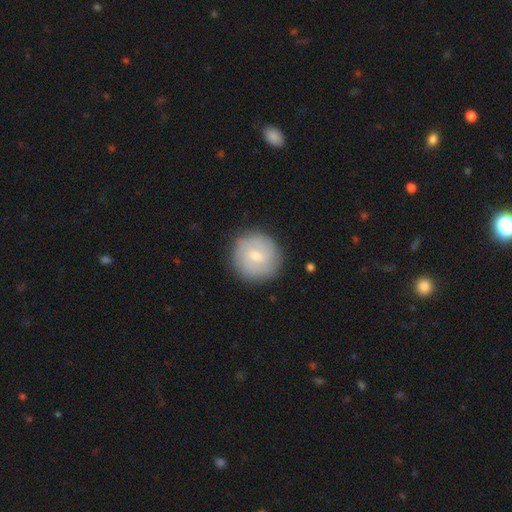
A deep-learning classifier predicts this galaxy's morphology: Smooth or featured?
  - smooth: 57% *
  - featured or disk: 36%
  - star or artifact: 7%
How rounded?
  - round: 94% *
  - in between: 5%
  - cigar-shaped: 1%
Merging?
  - none: 86% *
  - minor disturbance: 10%
  - major disturbance: 3%
  - merger: 1%